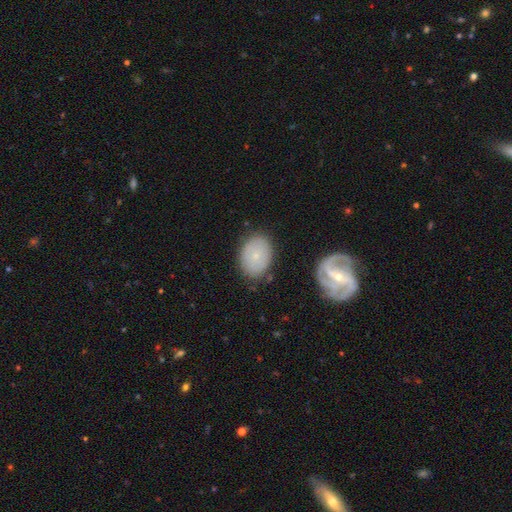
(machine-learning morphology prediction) Smooth or featured?
  - smooth: 64% *
  - featured or disk: 28%
  - star or artifact: 8%
How rounded?
  - in between: 66% *
  - round: 33%
  - cigar-shaped: 1%
Merging?
  - none: 80% *
  - minor disturbance: 13%
  - major disturbance: 4%
  - merger: 4%